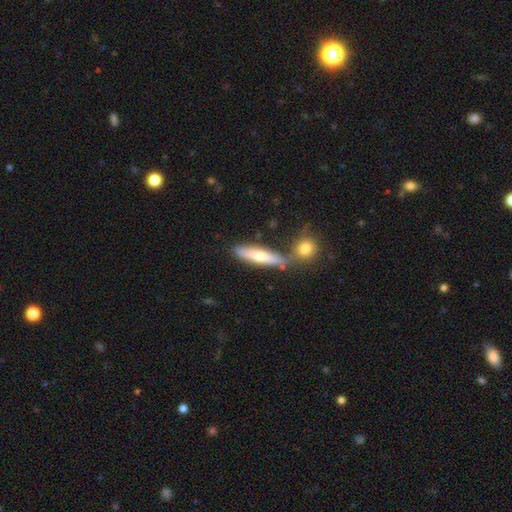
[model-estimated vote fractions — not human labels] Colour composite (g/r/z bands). It shows a smooth galaxy with no disk features (57%) that is cigar-shaped (72%). Merging: none (64%).